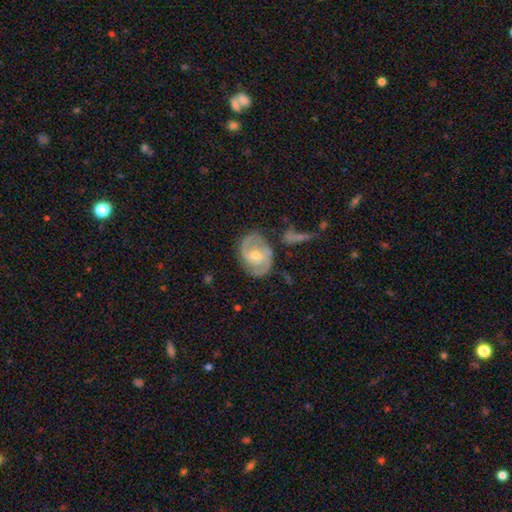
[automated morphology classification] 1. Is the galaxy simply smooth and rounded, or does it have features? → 82% featured or disk, 12% smooth, 6% star or artifact.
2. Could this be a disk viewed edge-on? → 97% no, 3% yes.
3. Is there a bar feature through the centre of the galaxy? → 52% no, 38% weak, 10% strong.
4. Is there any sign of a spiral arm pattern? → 94% yes, 6% no.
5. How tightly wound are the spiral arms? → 46% medium, 42% tight, 12% loose.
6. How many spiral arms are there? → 82% 2, 8% can't tell, 5% 3, 2% 1, 1% 4, 1% more than 4.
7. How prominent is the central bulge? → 53% moderate, 42% small, 2% large, 2% none, 1% dominant.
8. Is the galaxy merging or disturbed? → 71% none, 17% minor disturbance, 6% major disturbance, 6% merger.